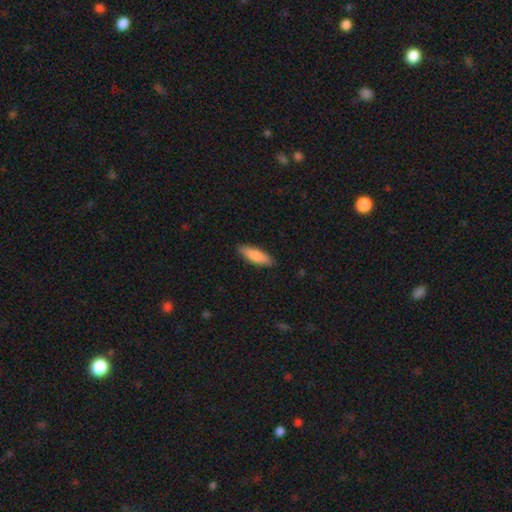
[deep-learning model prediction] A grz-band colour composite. It shows a smooth galaxy with no disk features (83%) that is cigar-shaped (54%). Merging: none (87%).